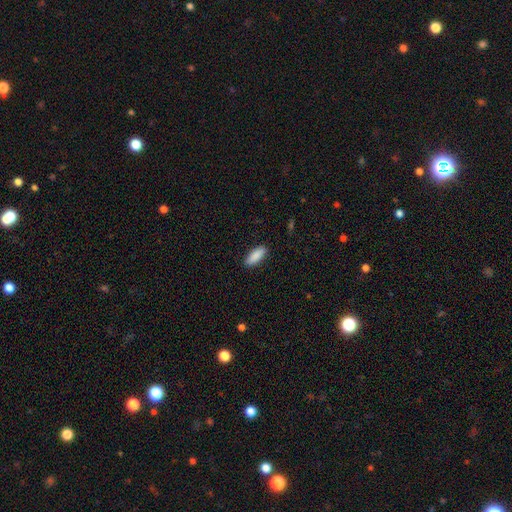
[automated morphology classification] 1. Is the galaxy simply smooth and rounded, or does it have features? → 89% smooth, 6% star or artifact, 5% featured or disk.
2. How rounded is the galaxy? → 71% in between, 27% cigar-shaped, 2% round.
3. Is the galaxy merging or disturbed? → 89% none, 8% minor disturbance, 2% major disturbance, 1% merger.